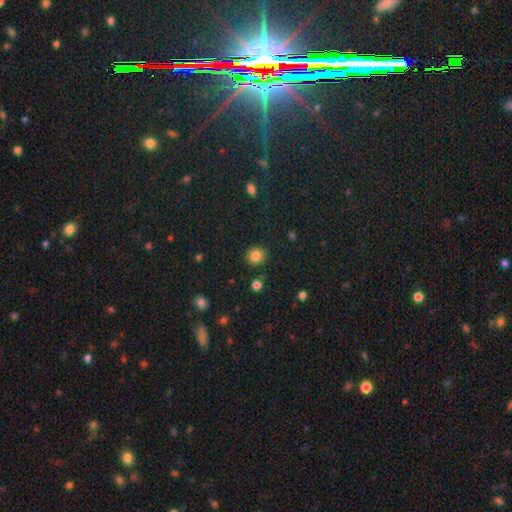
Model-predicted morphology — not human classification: type=smooth (83%); roundness=round (87%); merging=none (88%).